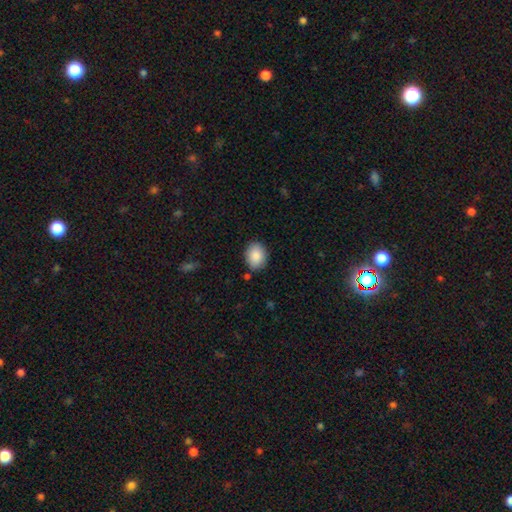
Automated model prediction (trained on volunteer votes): smooth 88%, star or artifact 7%, featured or disk 5%. Down the decision tree: how rounded — in between (61%); merging — none (85%).